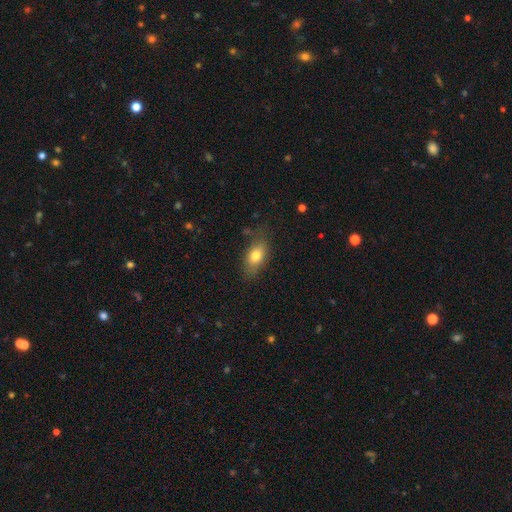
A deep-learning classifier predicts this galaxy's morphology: smooth_or_featured: smooth (p=0.77) [alt: featured or disk p=0.14]
how_rounded: in between (p=0.85) [alt: round p=0.09]
merging: none (p=0.74) [alt: minor disturbance p=0.18]